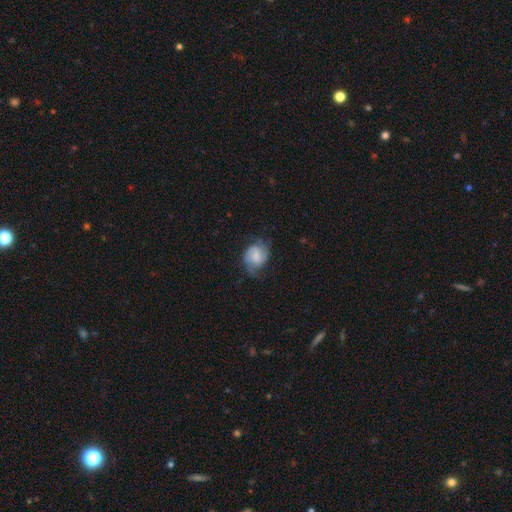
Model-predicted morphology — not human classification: Smooth or featured? featured or disk (61%)
Edge-on disk? no (98%)
Bar? weak (50%)
Spiral arms? yes (92%)
Spiral winding? medium (47%)
Spiral arm count? 2 (83%)
Bulge size? none (33%)
Merging? none (63%)